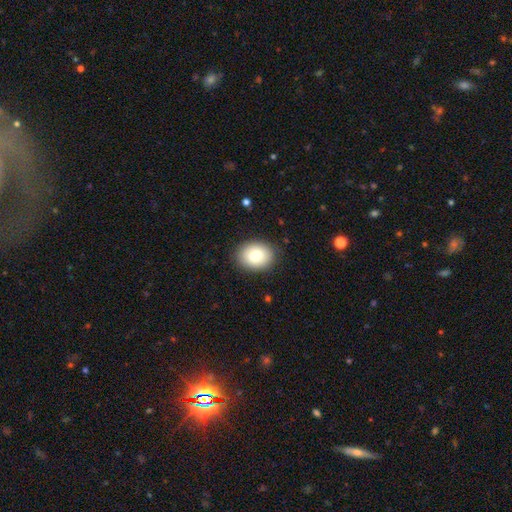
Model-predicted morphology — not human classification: A smooth galaxy with no disk features (80%) that is in between round and cigar-shaped (63%). Merging: none (86%).